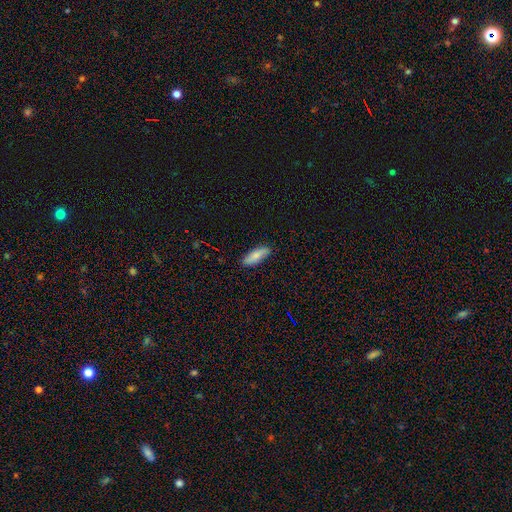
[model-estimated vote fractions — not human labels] Smooth or featured?
  - smooth: 77% *
  - featured or disk: 17%
  - star or artifact: 6%
How rounded?
  - in between: 55% *
  - cigar-shaped: 43%
  - round: 2%
Merging?
  - none: 87% *
  - minor disturbance: 10%
  - major disturbance: 2%
  - merger: 1%